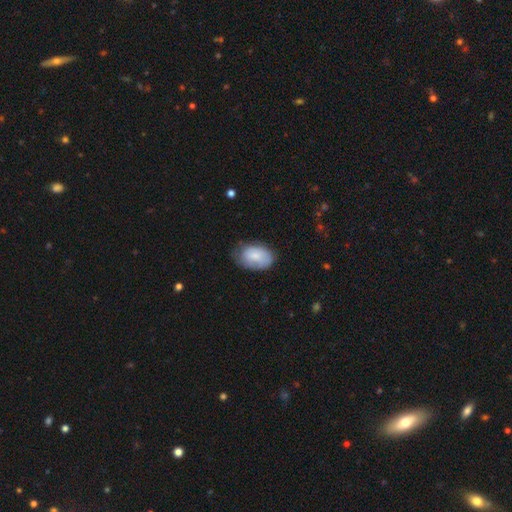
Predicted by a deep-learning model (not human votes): Smooth or featured: smooth — 78% (featured or disk — 16%)
How rounded: in between — 89% (round — 10%)
Merging: none — 60% (minor disturbance — 30%)